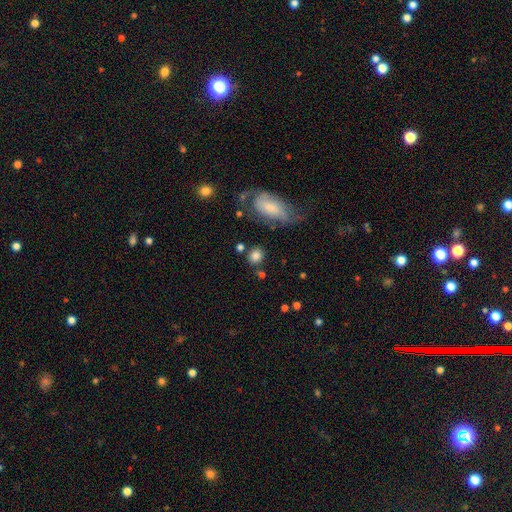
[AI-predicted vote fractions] Smooth or featured? smooth (82%)
How rounded? round (72%)
Merging? none (76%)